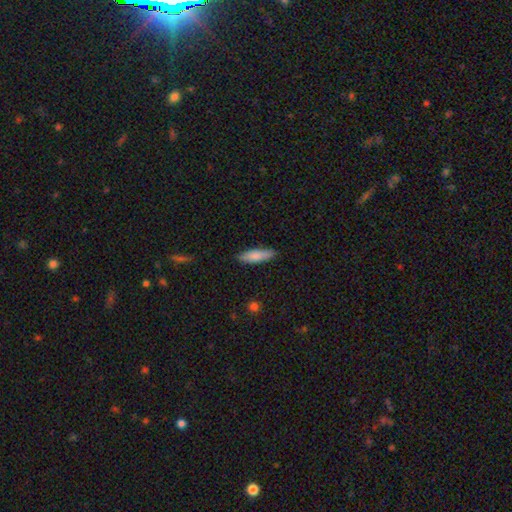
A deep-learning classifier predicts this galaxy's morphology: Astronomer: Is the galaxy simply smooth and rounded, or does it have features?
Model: smooth — 83%.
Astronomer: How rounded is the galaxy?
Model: cigar-shaped — 58% (runner-up: in between, 41%).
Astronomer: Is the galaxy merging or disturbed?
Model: none — 87%.